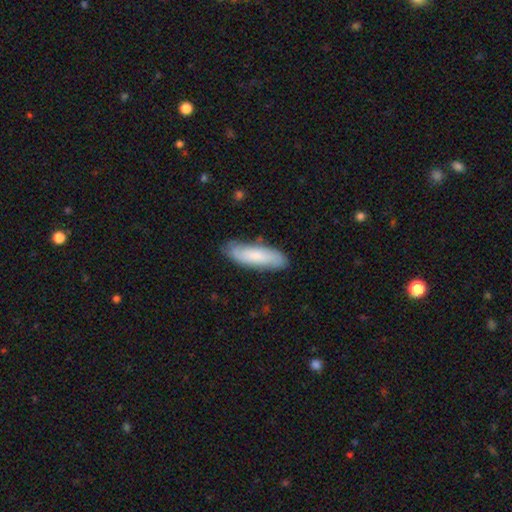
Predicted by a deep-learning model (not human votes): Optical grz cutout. It shows a smooth galaxy with no disk features (72%) that is cigar-shaped (56%). Merging: none (80%).